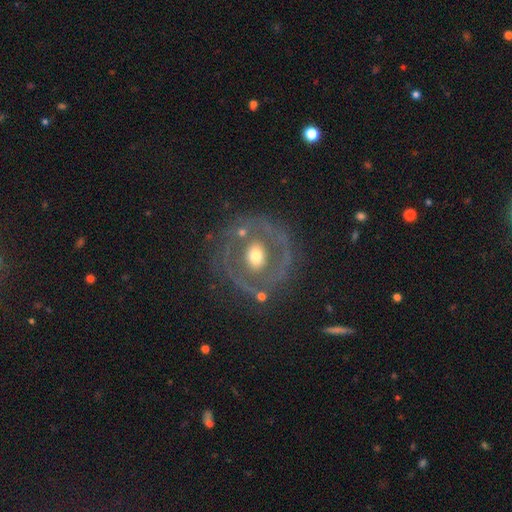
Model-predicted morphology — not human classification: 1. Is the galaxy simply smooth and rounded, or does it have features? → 66% featured or disk, 26% smooth, 8% star or artifact.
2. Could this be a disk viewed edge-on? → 95% no, 5% yes.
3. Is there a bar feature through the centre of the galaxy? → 71% no, 20% weak, 9% strong.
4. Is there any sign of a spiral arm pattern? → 57% no, 43% yes.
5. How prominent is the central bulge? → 65% moderate, 18% small, 14% large, 2% dominant, 1% none.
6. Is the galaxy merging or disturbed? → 69% none, 16% minor disturbance, 12% major disturbance, 4% merger.